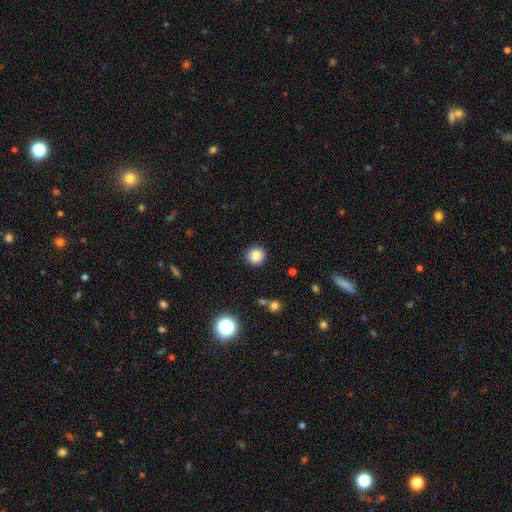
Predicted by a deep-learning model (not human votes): Morphology: type=smooth (85%); roundness=round (93%); merging=none (91%).